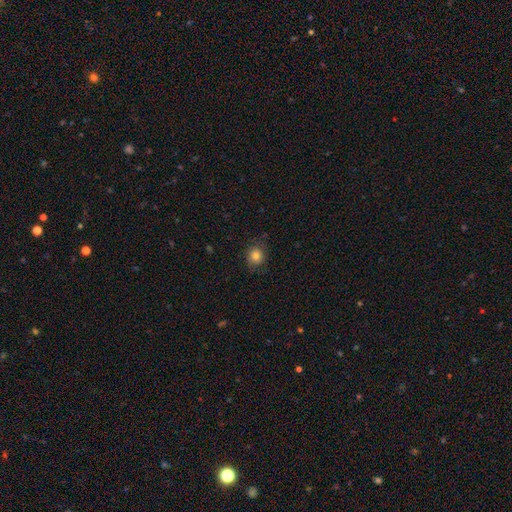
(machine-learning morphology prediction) This appears to be a smooth galaxy with no disk features (80%) that is round (78%). Merging: none (77%).